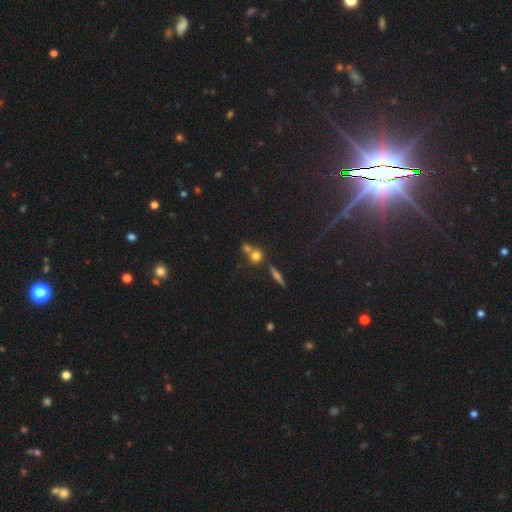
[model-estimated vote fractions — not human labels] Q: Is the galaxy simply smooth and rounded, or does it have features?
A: smooth — 69%.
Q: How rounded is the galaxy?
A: round — 79%.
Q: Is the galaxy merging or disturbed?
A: none — 45%.